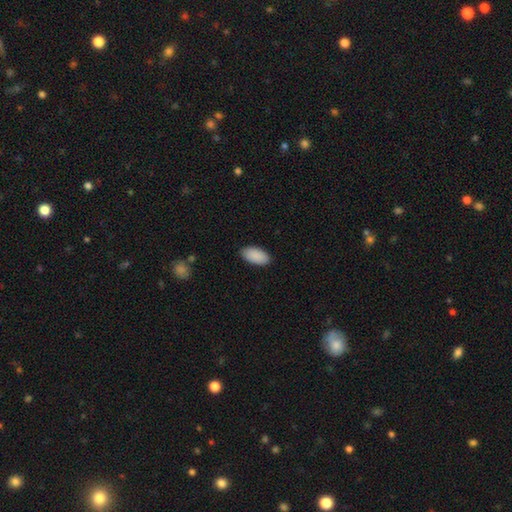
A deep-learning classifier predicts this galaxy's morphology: Smooth or featured? smooth (91%)
How rounded? in between (95%)
Merging? none (88%)